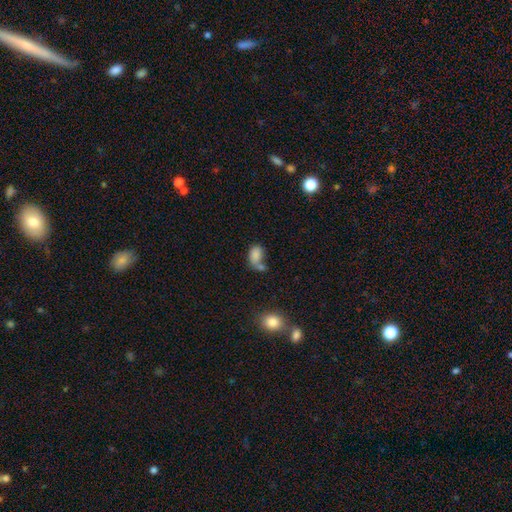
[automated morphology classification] Q: Smooth or featured?
A: smooth (79%); runner-up: star or artifact (11%)
Q: How rounded?
A: in between (81%); runner-up: round (18%)
Q: Merging?
A: merger (42%); runner-up: none (29%)